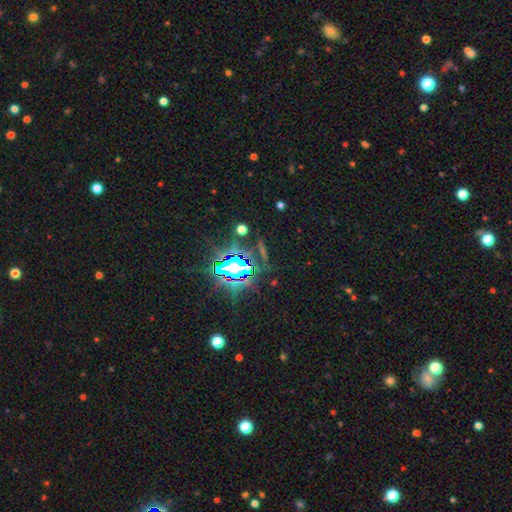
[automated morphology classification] This is clearly a star or artifact rather than a galaxy (84%).